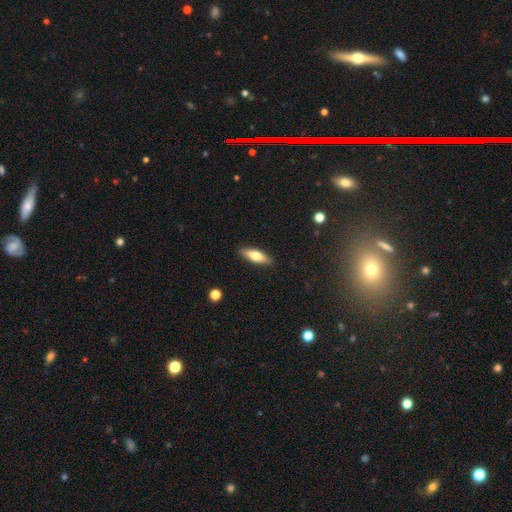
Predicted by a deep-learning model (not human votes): This is likely a smooth galaxy (64%). How rounded: possibly in between (52%). Merging: clearly none (89%).